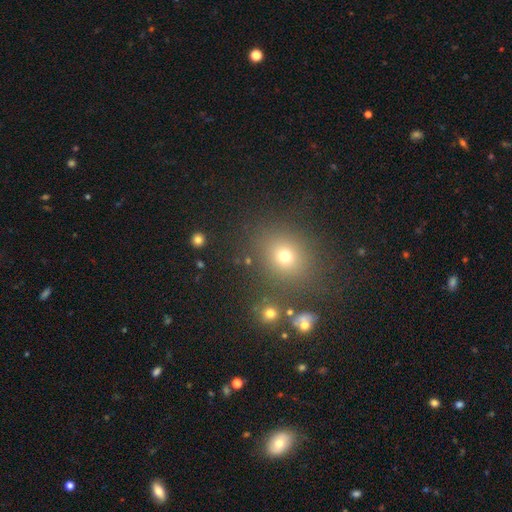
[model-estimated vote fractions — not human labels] The model was most divided on "smooth or featured": smooth: 55%, star or artifact: 35%, featured or disk: 9%. More confident: merging — none (82%); how rounded — round (67%).